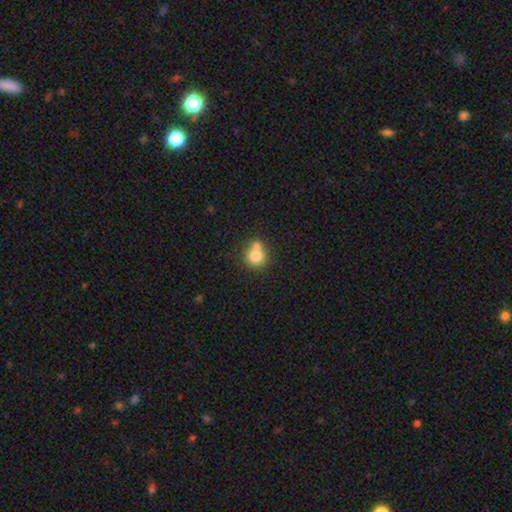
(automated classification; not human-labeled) smooth_or_featured: smooth (p=0.77) [alt: featured or disk p=0.13]
how_rounded: round (p=0.86) [alt: in between p=0.13]
merging: none (p=0.46) [alt: merger p=0.43]